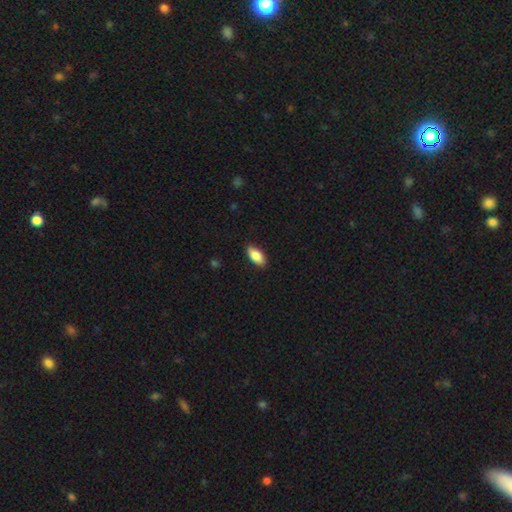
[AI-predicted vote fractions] Morphology: type=smooth (87%); roundness=in between (91%); merging=none (86%).